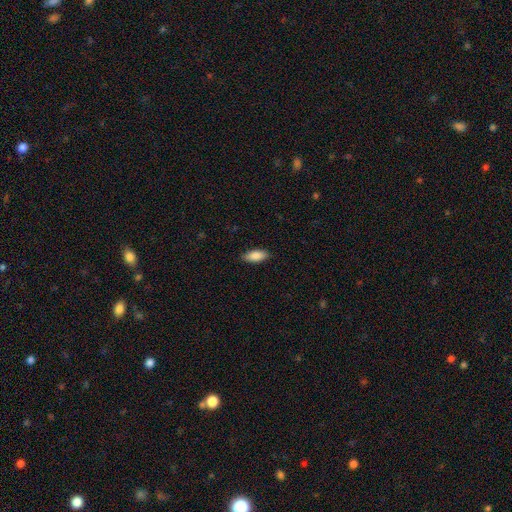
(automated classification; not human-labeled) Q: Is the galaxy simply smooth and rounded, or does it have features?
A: smooth — 86%.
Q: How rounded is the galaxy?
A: in between — 80%.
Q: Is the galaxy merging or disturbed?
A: none — 88%.